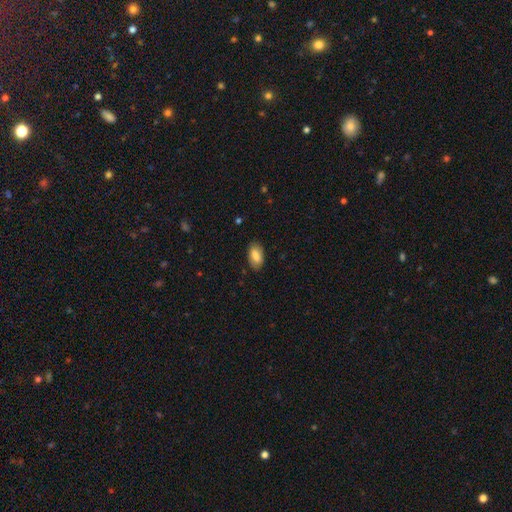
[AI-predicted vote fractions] smooth-or-featured: smooth: 77% | featured or disk: 16% | star or artifact: 7%
  how-rounded: in between: 93% | round: 4% | cigar-shaped: 3%
  merging: none: 84% | minor disturbance: 12% | major disturbance: 3% | merger: 1%